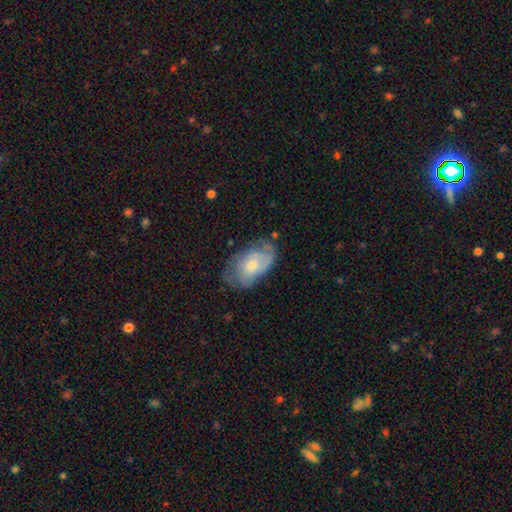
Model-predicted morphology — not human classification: Overall: featured or disk (53%; smooth 26%). Edge-on disk: no (92%). Merging: none (77%).